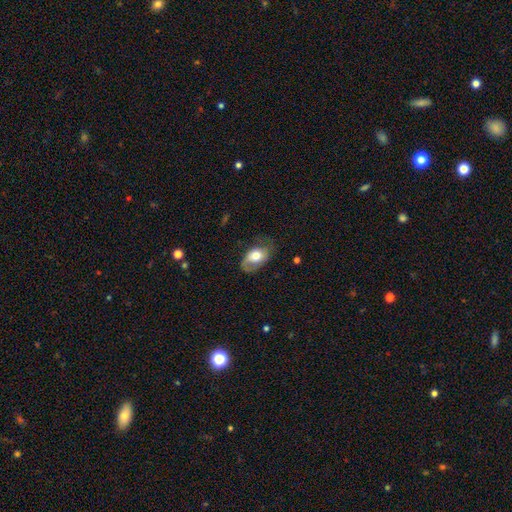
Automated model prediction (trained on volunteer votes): This appears to be a smooth galaxy with no disk features (52%) that is in between round and cigar-shaped (85%). Merging: none (54%).